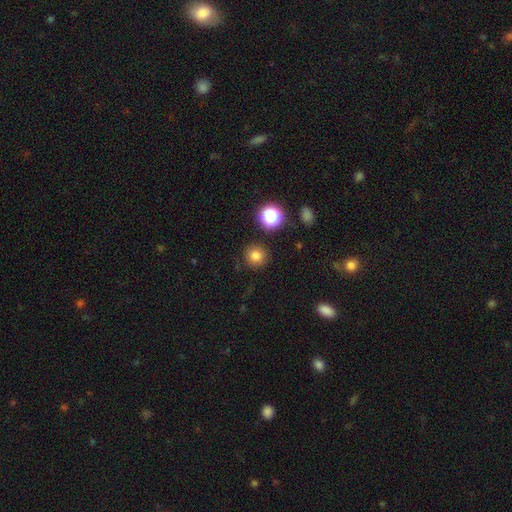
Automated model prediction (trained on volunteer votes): This appears to be a smooth galaxy with no disk features (79%) that is round (94%). Merging: none (89%).